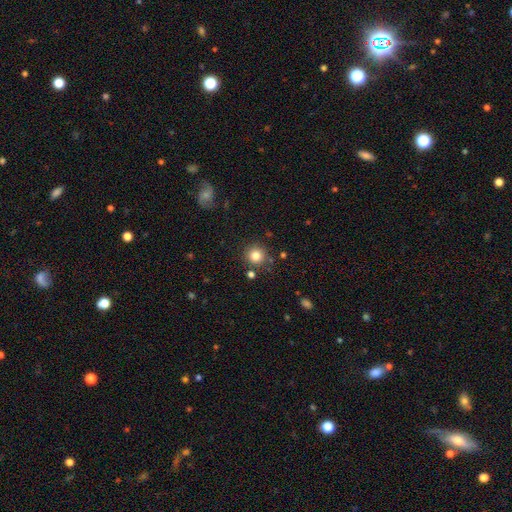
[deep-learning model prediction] Smooth or featured? smooth (82%)
How rounded? round (94%)
Merging? none (84%)